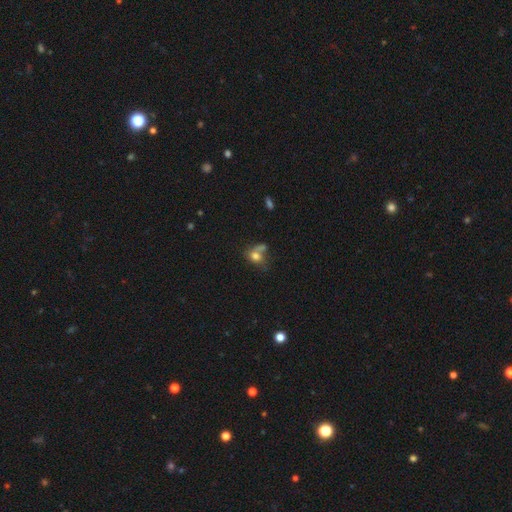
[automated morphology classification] Smooth or featured?
  - smooth: 71% *
  - featured or disk: 17%
  - star or artifact: 12%
How rounded?
  - round: 50% *
  - in between: 48%
  - cigar-shaped: 2%
Merging?
  - none: 34% *
  - merger: 31%
  - major disturbance: 18%
  - minor disturbance: 17%